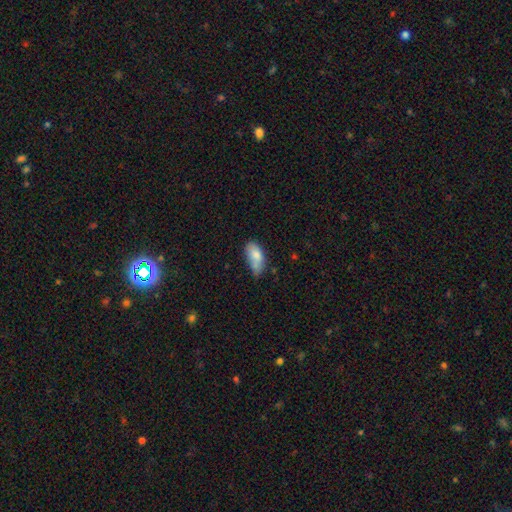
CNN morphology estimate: This appears to be a smooth galaxy with no disk features (79%) that is in between round and cigar-shaped (90%). Merging: minor disturbance (39%).